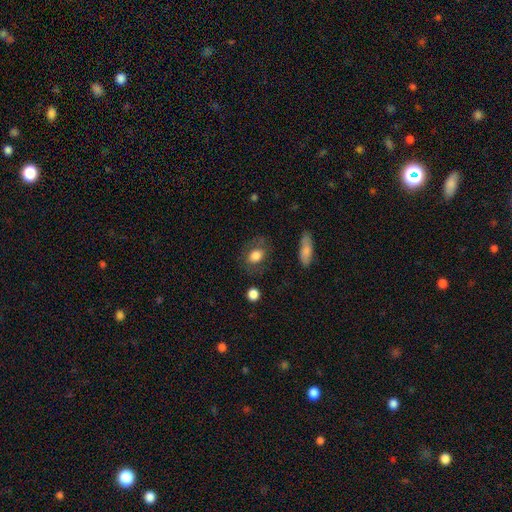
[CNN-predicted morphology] Smooth or featured?
  - smooth: 76% *
  - featured or disk: 16%
  - star or artifact: 8%
How rounded?
  - in between: 66% *
  - round: 32%
  - cigar-shaped: 2%
Merging?
  - none: 70% *
  - minor disturbance: 18%
  - major disturbance: 9%
  - merger: 3%